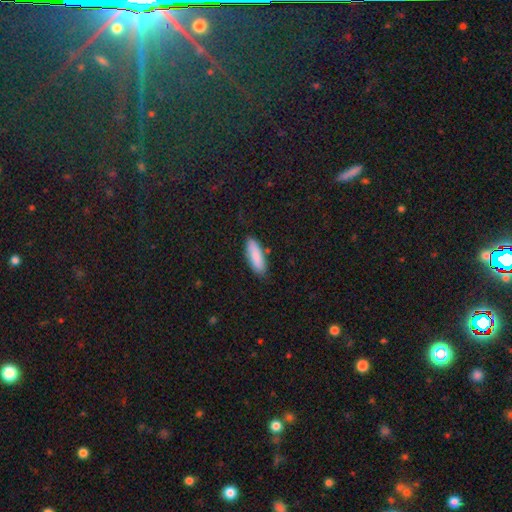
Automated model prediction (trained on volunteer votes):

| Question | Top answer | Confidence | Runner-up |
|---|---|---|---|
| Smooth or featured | smooth | 88% | featured or disk (7%) |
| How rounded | in between | 56% | cigar-shaped (43%) |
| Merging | none | 84% | minor disturbance (12%) |